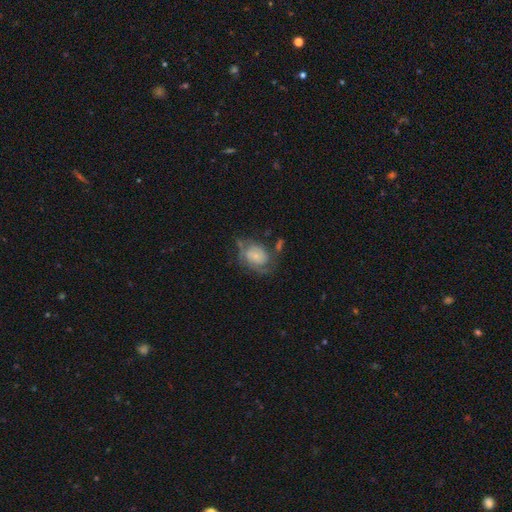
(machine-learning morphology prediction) Q: Smooth or featured?
A: featured or disk (60%); runner-up: smooth (32%)
Q: Edge-on disk?
A: no (97%); runner-up: yes (3%)
Q: Bar?
A: no (70%); runner-up: weak (25%)
Q: Spiral arms?
A: yes (79%); runner-up: no (21%)
Q: Bulge size?
A: small (65%); runner-up: moderate (20%)
Q: Merging?
A: none (41%); runner-up: minor disturbance (26%)